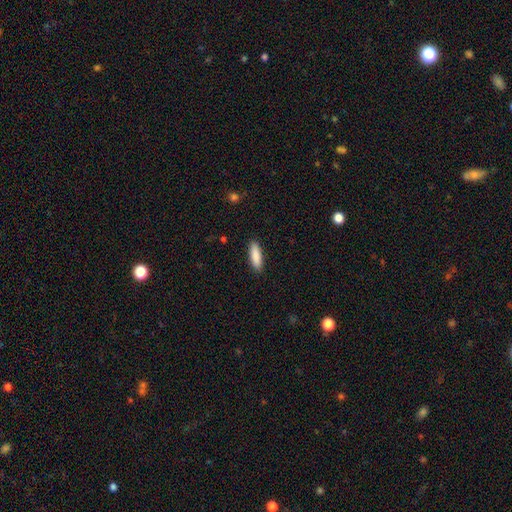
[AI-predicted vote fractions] Smooth or featured: smooth — 88% (featured or disk — 6%)
How rounded: cigar-shaped — 57% (in between — 42%)
Merging: none — 90% (minor disturbance — 7%)